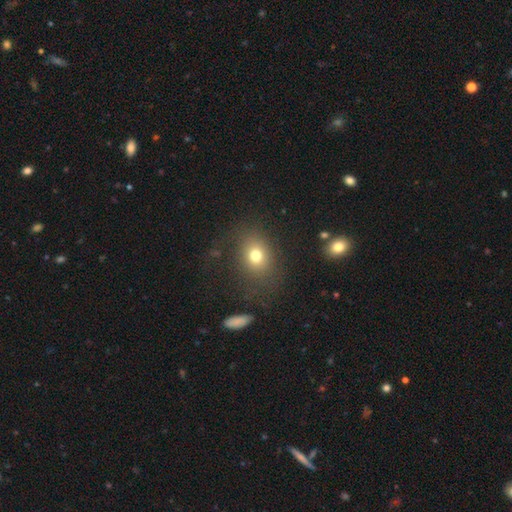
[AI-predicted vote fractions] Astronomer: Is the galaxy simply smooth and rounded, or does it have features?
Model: smooth — 74%.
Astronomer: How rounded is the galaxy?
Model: round — 51% (runner-up: in between, 48%).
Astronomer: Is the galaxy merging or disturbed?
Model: none — 77%.